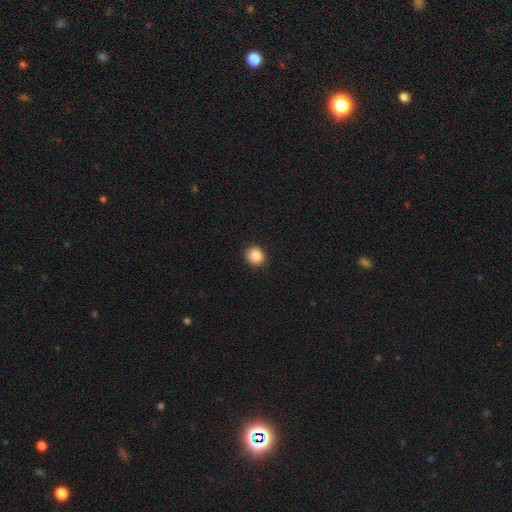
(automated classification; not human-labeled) Overall: smooth (88%). How rounded: round (88%). Merging: none (90%).